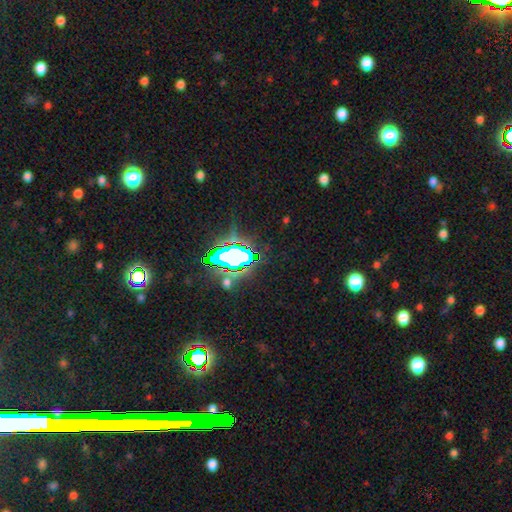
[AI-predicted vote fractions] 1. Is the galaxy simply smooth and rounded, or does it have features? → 80% star or artifact, 11% smooth, 9% featured or disk.